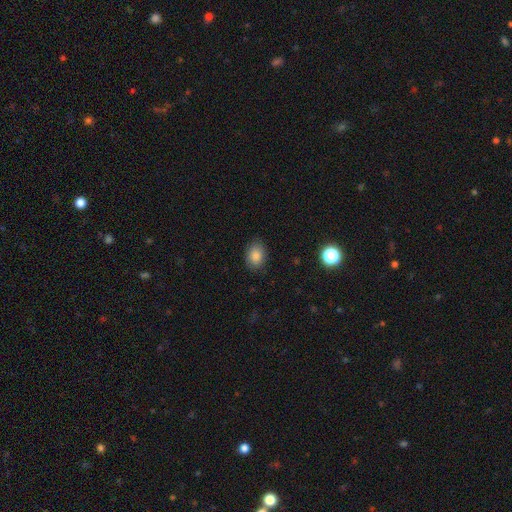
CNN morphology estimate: Smooth or featured? smooth (85%)
How rounded? in between (73%)
Merging? none (83%)